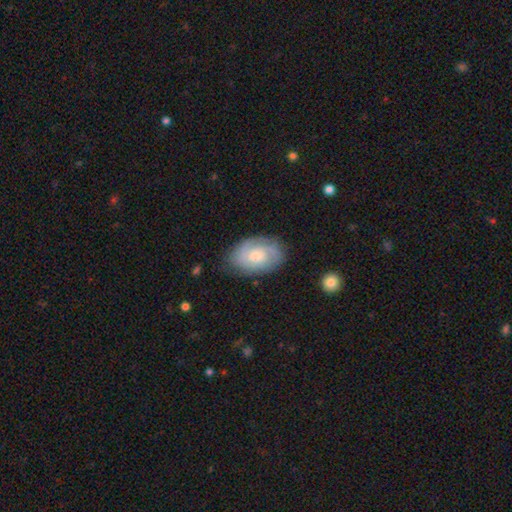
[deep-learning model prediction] Smooth or featured? featured or disk (70%)
Edge-on disk? no (97%)
Bar? no (68%)
Spiral arms? yes (92%)
Spiral winding? tight (55%)
Spiral arm count? 2 (48%)
Bulge size? moderate (48%)
Merging? none (76%)